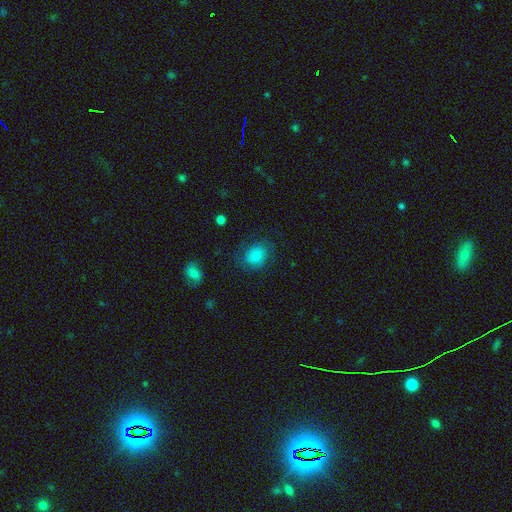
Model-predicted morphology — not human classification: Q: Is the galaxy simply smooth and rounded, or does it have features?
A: smooth — 75%.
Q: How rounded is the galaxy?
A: round — 60%.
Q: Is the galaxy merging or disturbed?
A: none — 69%.